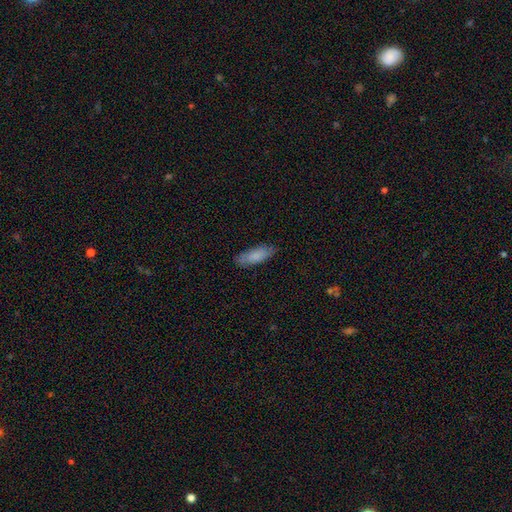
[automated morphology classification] The model was most divided on "how rounded": in between: 66%, cigar-shaped: 32%, round: 2%. More confident: merging — none (81%); smooth or featured — smooth (80%).